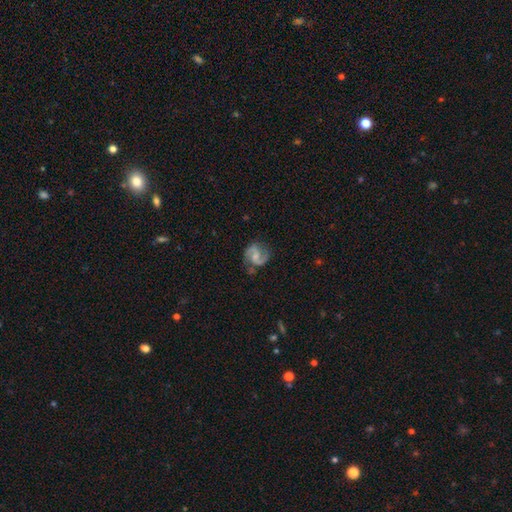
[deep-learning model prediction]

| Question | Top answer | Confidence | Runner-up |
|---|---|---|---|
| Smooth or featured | featured or disk | 86% | smooth (9%) |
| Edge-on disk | no | 98% | yes (2%) |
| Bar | weak | 47% | no (41%) |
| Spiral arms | yes | 97% | no (3%) |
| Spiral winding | medium | 57% | loose (26%) |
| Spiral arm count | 2 | 93% | can't tell (2%) |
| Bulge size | small | 44% | moderate (34%) |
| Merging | none | 75% | minor disturbance (17%) |